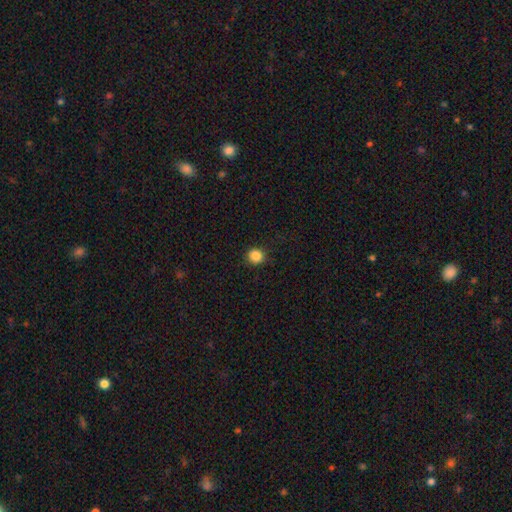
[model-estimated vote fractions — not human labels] A smooth galaxy with no disk features (86%) that is round (90%). Merging: none (89%).